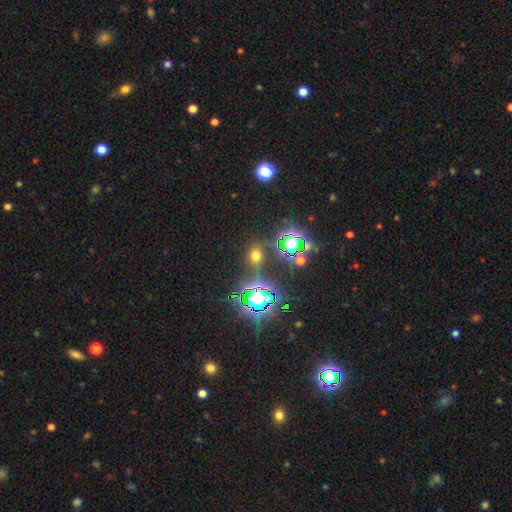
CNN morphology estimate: type=star or artifact (48%).